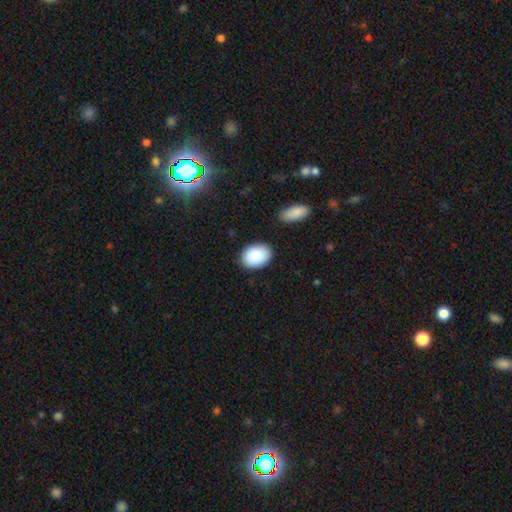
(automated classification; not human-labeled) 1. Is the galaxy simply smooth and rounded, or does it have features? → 90% smooth, 6% star or artifact, 4% featured or disk.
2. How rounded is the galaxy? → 78% in between, 21% round, 1% cigar-shaped.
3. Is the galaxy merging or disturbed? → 85% none, 10% minor disturbance, 2% merger, 2% major disturbance.